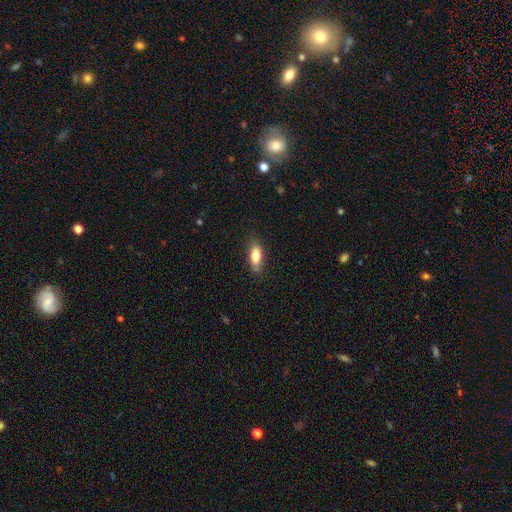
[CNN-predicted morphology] Overall: smooth (79%). How rounded: in between (80%). Merging: none (79%).